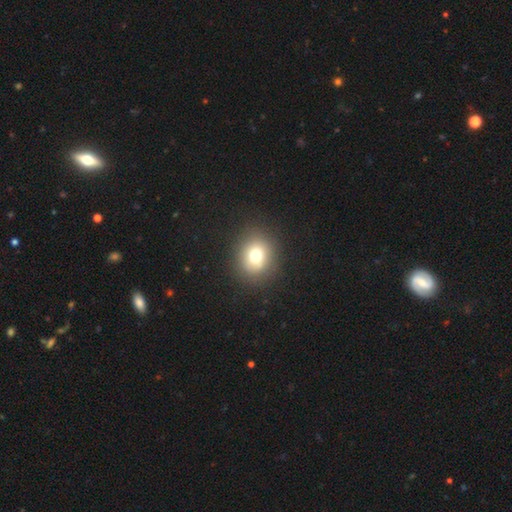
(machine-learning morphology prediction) A smooth galaxy with no disk features (73%) that is round (72%). Merging: none (87%).